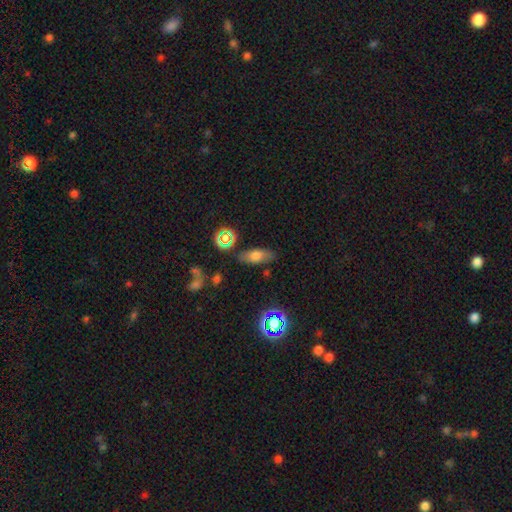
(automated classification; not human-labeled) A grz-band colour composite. It shows a smooth galaxy with no disk features (68%) that is in between round and cigar-shaped (75%). Merging: none (78%).